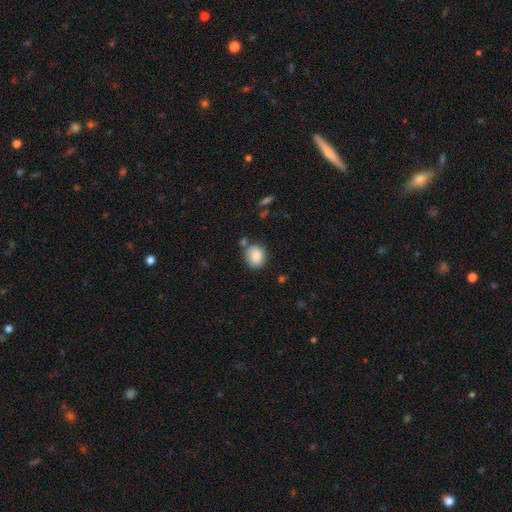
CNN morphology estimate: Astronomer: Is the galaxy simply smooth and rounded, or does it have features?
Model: smooth — 86%.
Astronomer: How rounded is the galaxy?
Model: round — 63%.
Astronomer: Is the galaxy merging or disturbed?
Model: none — 70%.